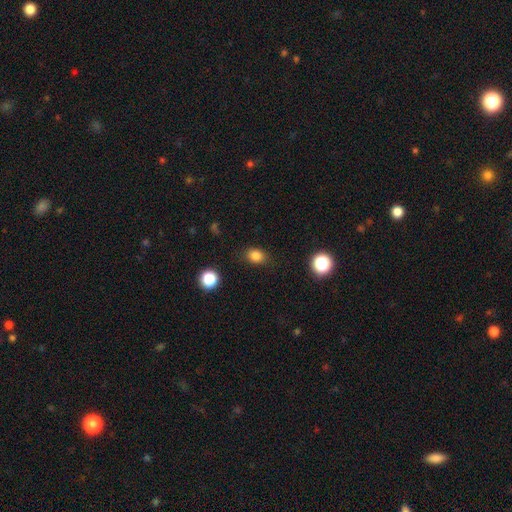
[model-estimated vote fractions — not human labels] Smooth or featured: smooth — 83% (star or artifact — 13%)
How rounded: in between — 59% (round — 40%)
Merging: none — 84% (minor disturbance — 11%)